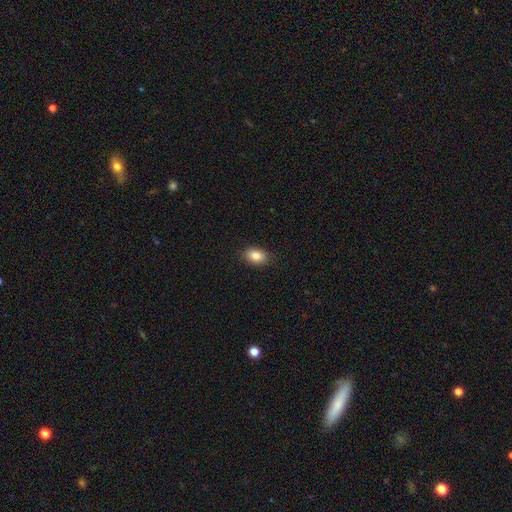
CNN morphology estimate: smooth_or_featured: smooth (p=0.85) [alt: star or artifact p=0.08]
how_rounded: in between (p=0.82) [alt: round p=0.16]
merging: none (p=0.87) [alt: minor disturbance p=0.10]